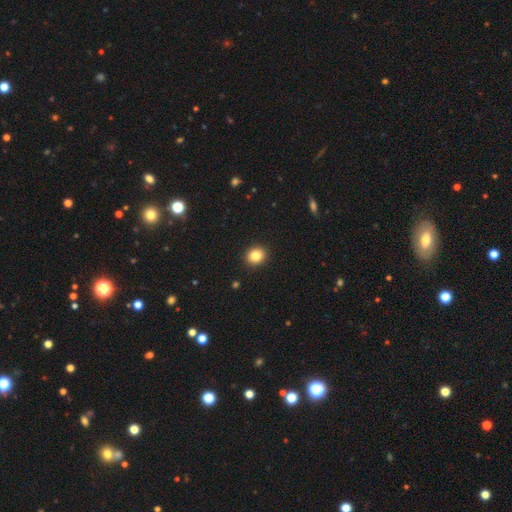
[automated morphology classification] This appears to be a smooth galaxy with no disk features (84%) that is round (77%). Merging: none (92%).